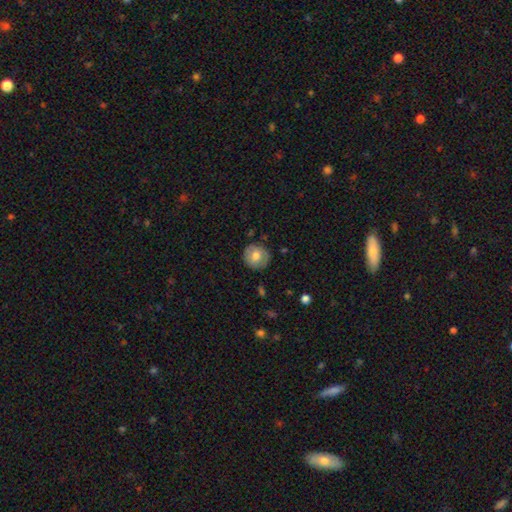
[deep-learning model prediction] smooth-or-featured: smooth: 69% | featured or disk: 24% | star or artifact: 7%
  how-rounded: round: 90% | in between: 9% | cigar-shaped: 1%
  merging: none: 83% | minor disturbance: 13% | major disturbance: 3% | merger: 1%